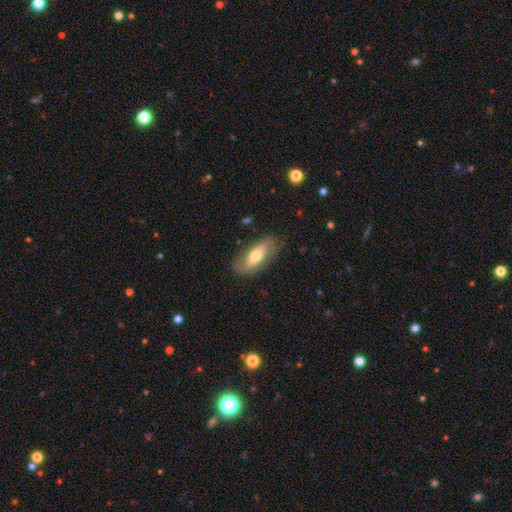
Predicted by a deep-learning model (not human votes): Smooth or featured? Predicted: smooth (p=0.61). How rounded? Predicted: in between (p=0.74). Merging? Predicted: none (p=0.79).